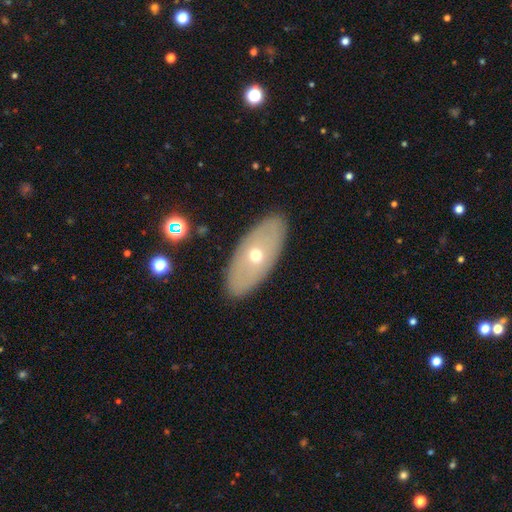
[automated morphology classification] Smooth or featured?
  - featured or disk: 48% *
  - smooth: 45%
  - star or artifact: 7%
Merging?
  - none: 87% *
  - minor disturbance: 9%
  - major disturbance: 3%
  - merger: 1%